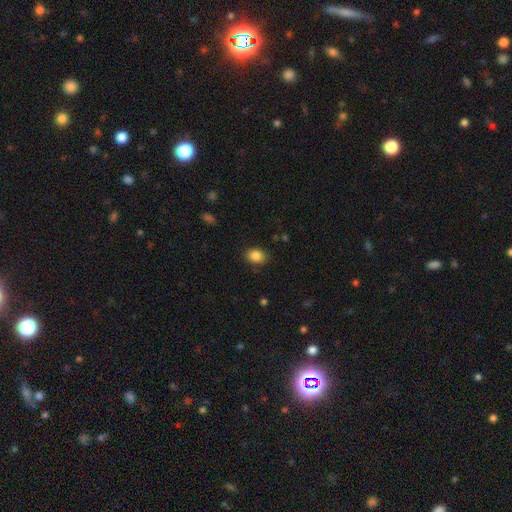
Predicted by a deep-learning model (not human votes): smooth-or-featured: smooth: 86% | star or artifact: 9% | featured or disk: 5%
  how-rounded: in between: 64% | round: 35% | cigar-shaped: 1%
  merging: none: 85% | minor disturbance: 11% | major disturbance: 3% | merger: 1%